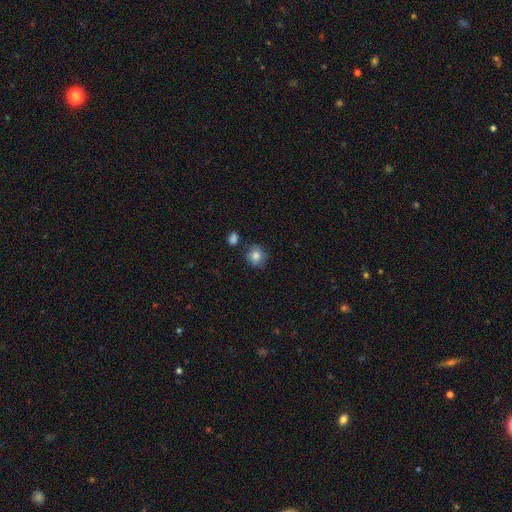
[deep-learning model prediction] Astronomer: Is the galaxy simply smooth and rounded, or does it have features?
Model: smooth — 82%.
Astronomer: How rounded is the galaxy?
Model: round — 84%.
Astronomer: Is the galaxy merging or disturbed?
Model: none — 77%.